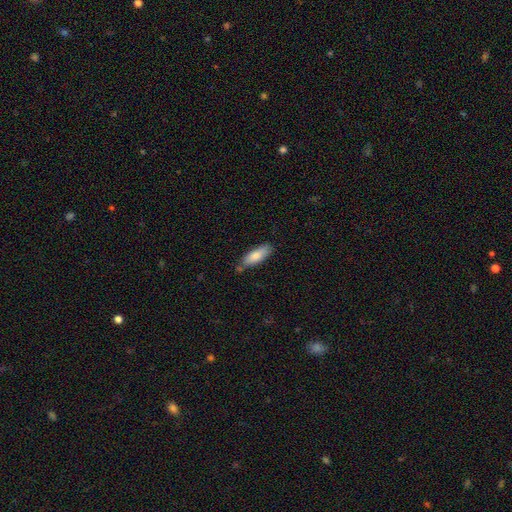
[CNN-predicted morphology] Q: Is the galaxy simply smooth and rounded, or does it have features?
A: smooth — 80%.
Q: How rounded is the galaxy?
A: in between — 59%.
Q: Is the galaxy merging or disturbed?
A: none — 71%.